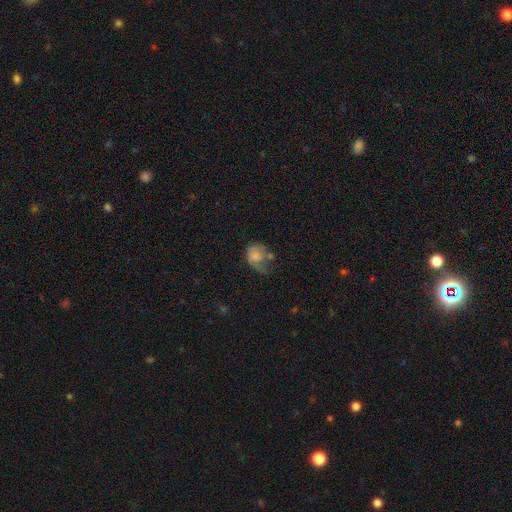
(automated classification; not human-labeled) Morphology: type=smooth (58%); roundness=in between (52%); merging=major disturbance (39%).